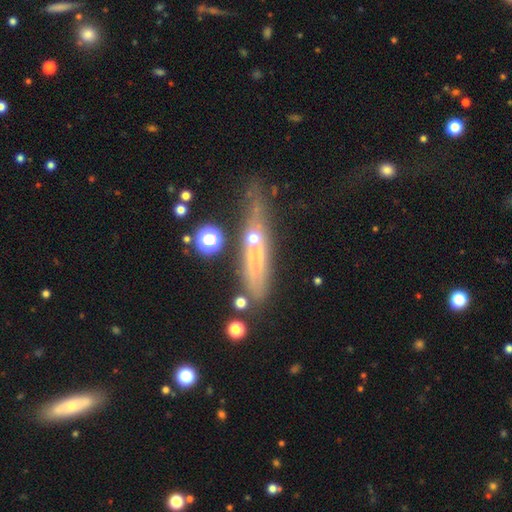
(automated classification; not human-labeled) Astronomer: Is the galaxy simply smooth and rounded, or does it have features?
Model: featured or disk — 53% (runner-up: smooth, 32%).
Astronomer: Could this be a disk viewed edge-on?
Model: yes — 74%.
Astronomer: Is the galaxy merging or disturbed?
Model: none — 66%.